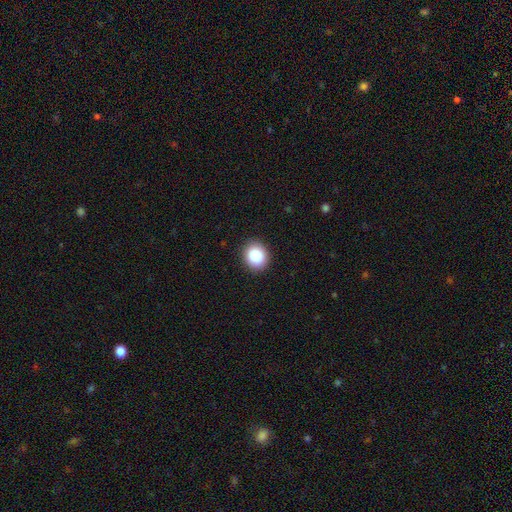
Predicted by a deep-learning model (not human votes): The model was most divided on "how rounded": round: 73%, in between: 26%, cigar-shaped: 1%. More confident: merging — none (90%); smooth or featured — smooth (88%).